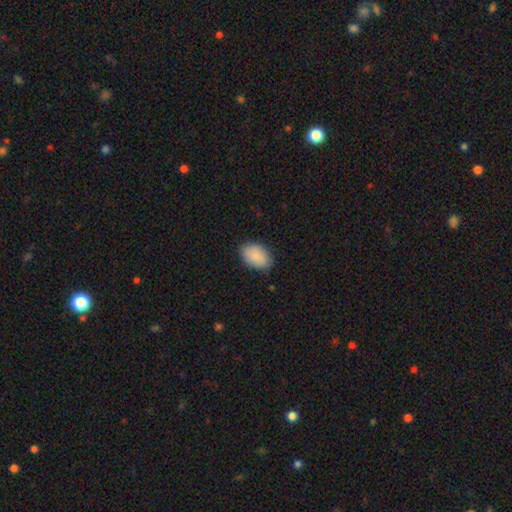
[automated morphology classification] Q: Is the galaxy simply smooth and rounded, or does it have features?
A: smooth — 89%.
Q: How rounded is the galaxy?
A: in between — 90%.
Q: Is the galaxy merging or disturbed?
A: none — 83%.